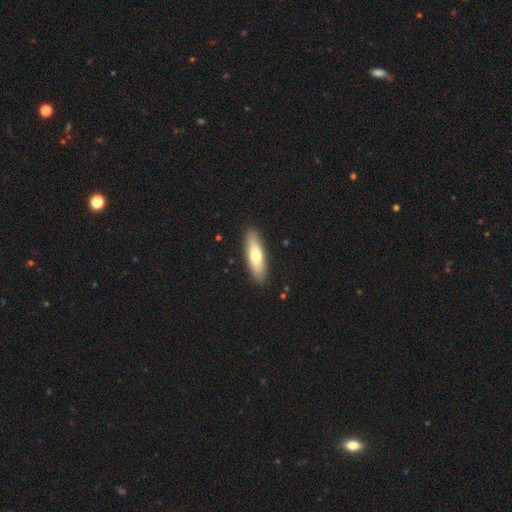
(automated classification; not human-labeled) This is likely a smooth galaxy (66%). How rounded: possibly cigar-shaped (55%). Merging: clearly none (90%).